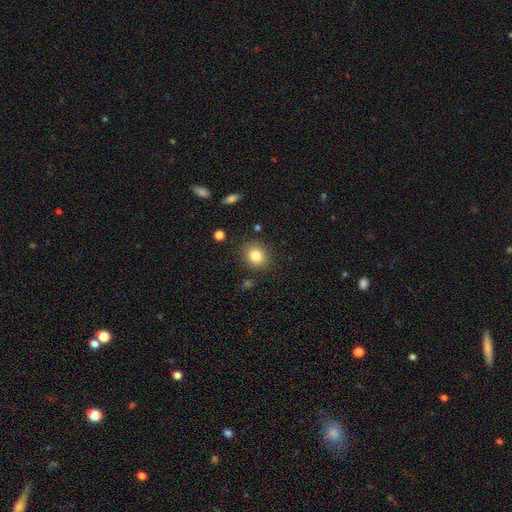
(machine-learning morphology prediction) Smooth or featured? Predicted: smooth (p=0.83). How rounded? Predicted: round (p=0.70). Merging? Predicted: none (p=0.86).